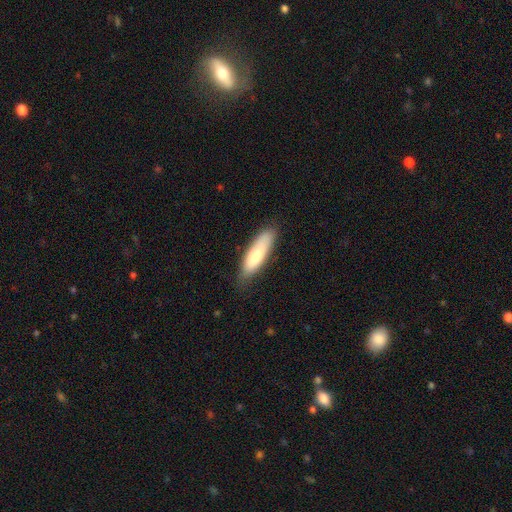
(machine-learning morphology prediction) type=smooth (76%); roundness=cigar-shaped (54%); merging=none (79%).